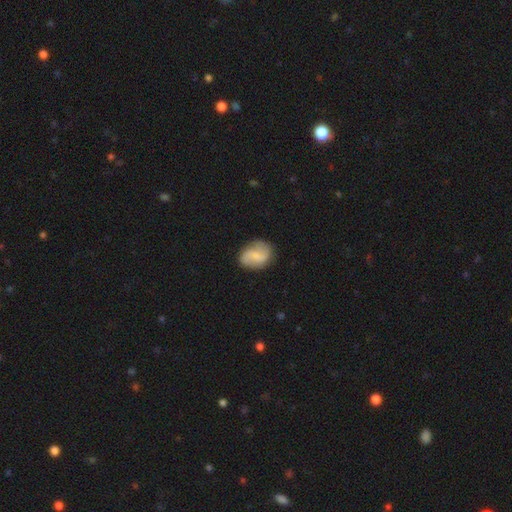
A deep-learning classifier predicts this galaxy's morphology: The model was most divided on "smooth or featured": featured or disk: 47%, smooth: 46%, star or artifact: 7%. More confident: merging — none (77%).